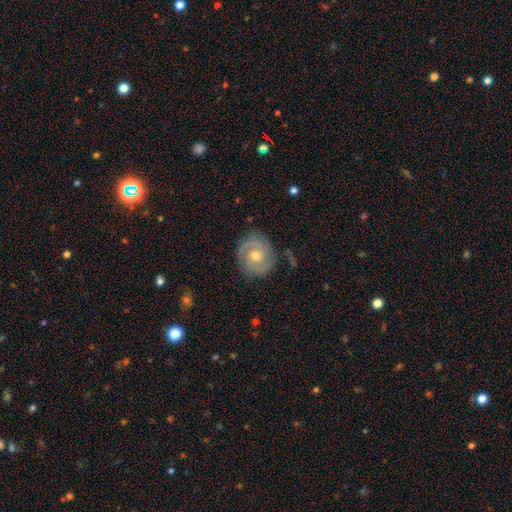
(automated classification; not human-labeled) Overall: featured or disk (85%). Edge-on disk: no (98%). Bar: no (69%). Spiral arms: yes (95%). Spiral arm count: 2 (78%). Spiral winding: tight (66%; medium 29%). Bulge size: moderate (57%; small 40%). Merging: none (84%).